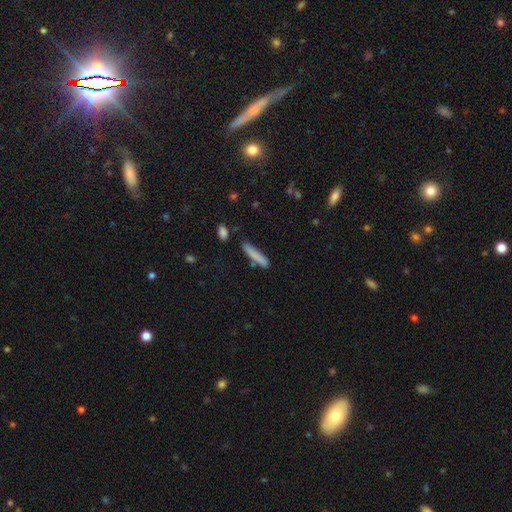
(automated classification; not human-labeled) Q: Smooth or featured?
A: smooth (82%); runner-up: featured or disk (11%)
Q: How rounded?
A: cigar-shaped (91%); runner-up: in between (8%)
Q: Merging?
A: none (80%); runner-up: minor disturbance (13%)